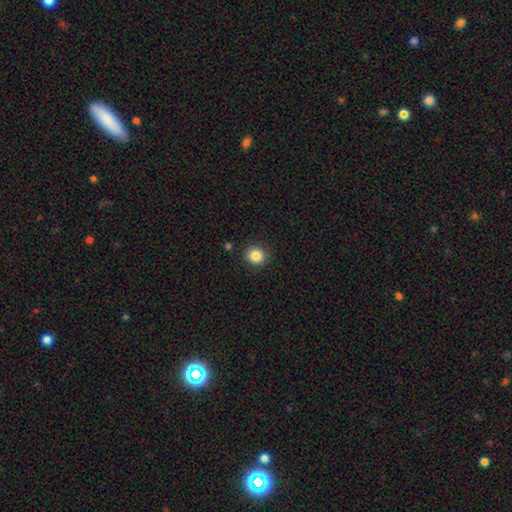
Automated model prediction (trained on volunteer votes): Smooth or featured? smooth (85%)
How rounded? round (88%)
Merging? none (90%)